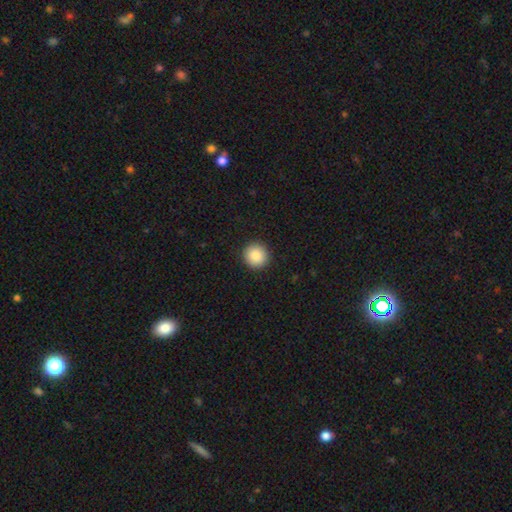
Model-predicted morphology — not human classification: smooth_or_featured: smooth (p=0.87) [alt: star or artifact p=0.09]
how_rounded: round (p=0.95) [alt: in between p=0.04]
merging: none (p=0.93) [alt: minor disturbance p=0.04]